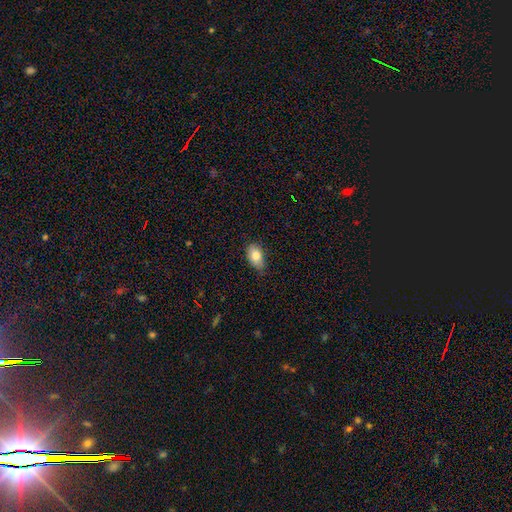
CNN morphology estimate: Q: Smooth or featured?
A: smooth (82%); runner-up: featured or disk (11%)
Q: How rounded?
A: in between (89%); runner-up: round (8%)
Q: Merging?
A: none (71%); runner-up: minor disturbance (24%)